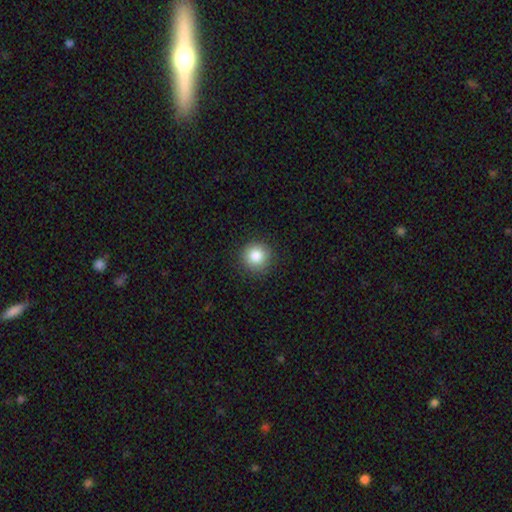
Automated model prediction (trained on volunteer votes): Smooth or featured? Predicted: smooth (p=0.85). How rounded? Predicted: round (p=0.94). Merging? Predicted: none (p=0.90).